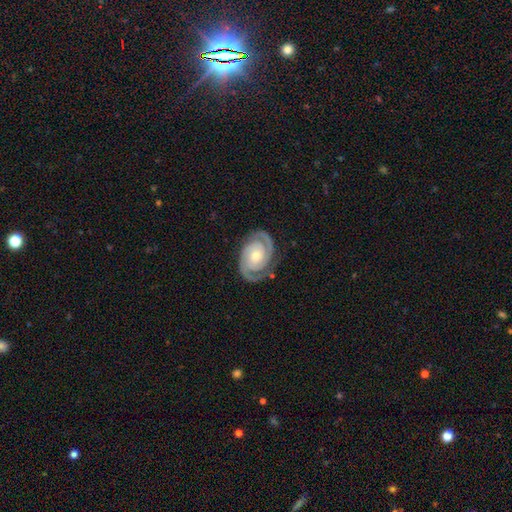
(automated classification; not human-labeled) Q: Smooth or featured?
A: featured or disk (92%); runner-up: star or artifact (4%)
Q: Edge-on disk?
A: no (97%); runner-up: yes (3%)
Q: Bar?
A: no (71%); runner-up: weak (21%)
Q: Spiral arms?
A: yes (98%); runner-up: no (2%)
Q: Spiral winding?
A: tight (71%); runner-up: medium (25%)
Q: Spiral arm count?
A: 2 (92%); runner-up: 3 (2%)
Q: Bulge size?
A: moderate (57%); runner-up: small (38%)
Q: Merging?
A: none (84%); runner-up: minor disturbance (12%)